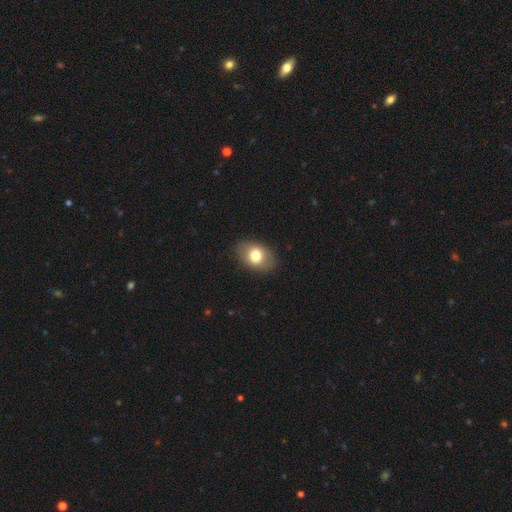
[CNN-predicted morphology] smooth_or_featured: smooth (p=0.76) [alt: featured or disk p=0.16]
how_rounded: in between (p=0.76) [alt: round p=0.23]
merging: none (p=0.86) [alt: minor disturbance p=0.11]